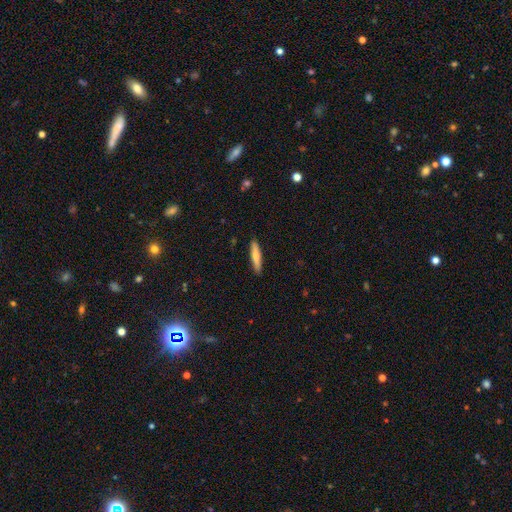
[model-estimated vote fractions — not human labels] This is likely a smooth galaxy (71%). How rounded: clearly cigar-shaped (88%). Merging: clearly none (90%).